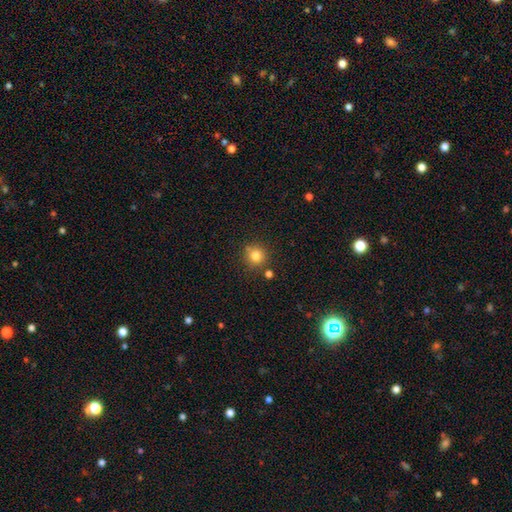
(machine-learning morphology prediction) Smooth or featured: smooth — 80% (star or artifact — 13%)
How rounded: round — 92% (in between — 7%)
Merging: none — 79% (minor disturbance — 10%)